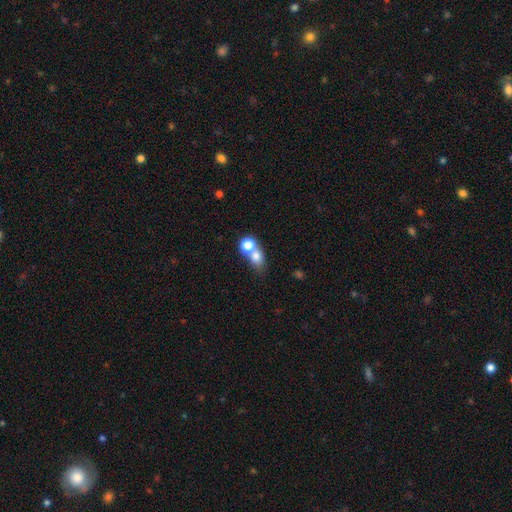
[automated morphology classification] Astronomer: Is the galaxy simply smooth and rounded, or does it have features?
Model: smooth — 73%.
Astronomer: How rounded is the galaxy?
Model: round — 54% (runner-up: in between, 43%).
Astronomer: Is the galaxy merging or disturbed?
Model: merger — 59%.